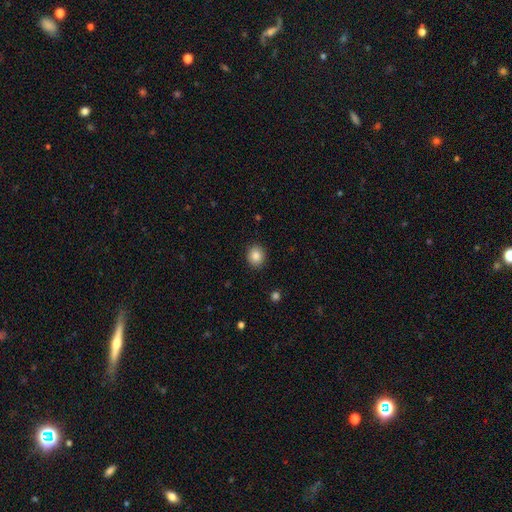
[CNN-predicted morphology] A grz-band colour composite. It shows a smooth galaxy with no disk features (85%) that is round (76%). Merging: none (91%).